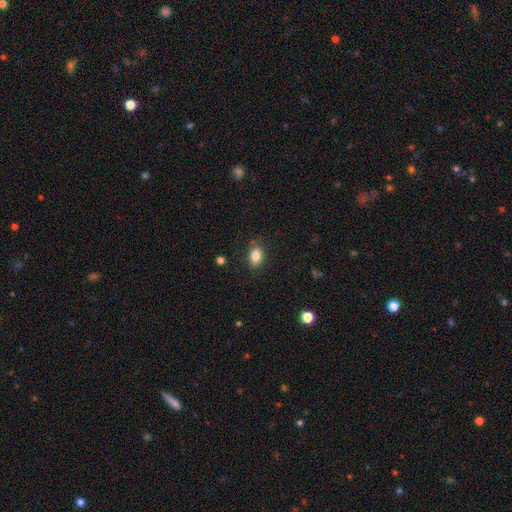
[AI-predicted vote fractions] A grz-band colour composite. It shows a smooth galaxy with no disk features (83%) that is in between round and cigar-shaped (83%). Merging: none (84%).